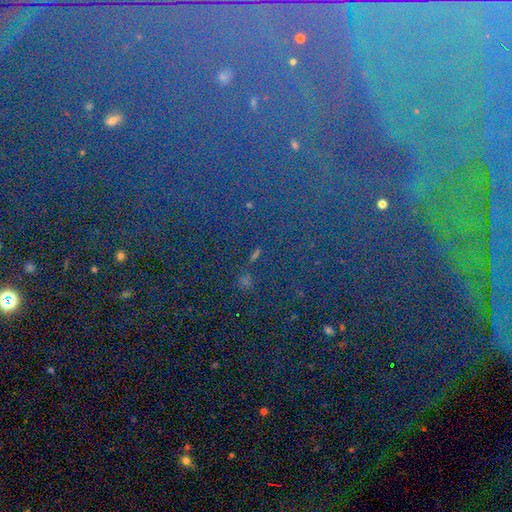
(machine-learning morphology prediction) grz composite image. It shows a star or artifact, not a galaxy (73%).